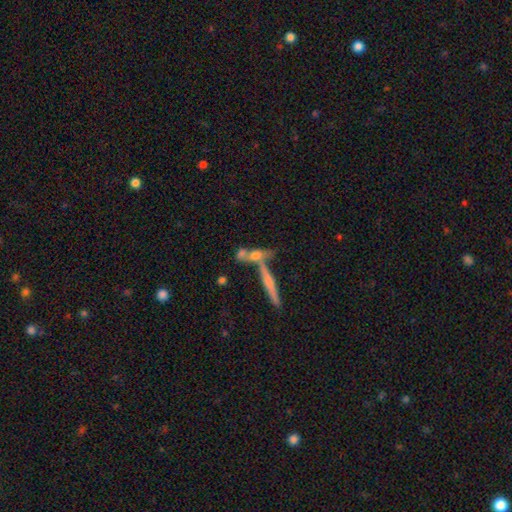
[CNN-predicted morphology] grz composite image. It shows a smooth galaxy with no disk features (50%). Merging: merger (45%).